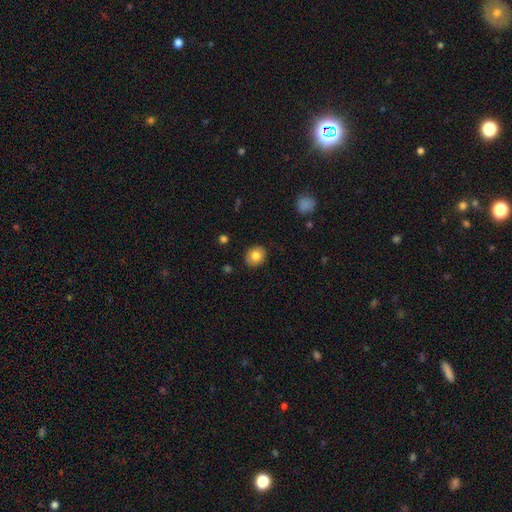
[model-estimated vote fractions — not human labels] Smooth or featured?
  - smooth: 81% *
  - featured or disk: 11%
  - star or artifact: 9%
How rounded?
  - round: 65% *
  - in between: 34%
  - cigar-shaped: 1%
Merging?
  - none: 88% *
  - minor disturbance: 9%
  - major disturbance: 2%
  - merger: 1%